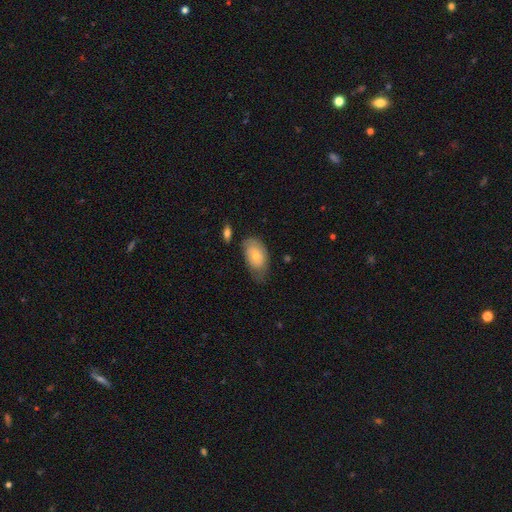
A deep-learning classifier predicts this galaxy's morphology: Smooth or featured? Predicted: smooth (p=0.64). How rounded? Predicted: in between (p=0.90). Merging? Predicted: none (p=0.48).